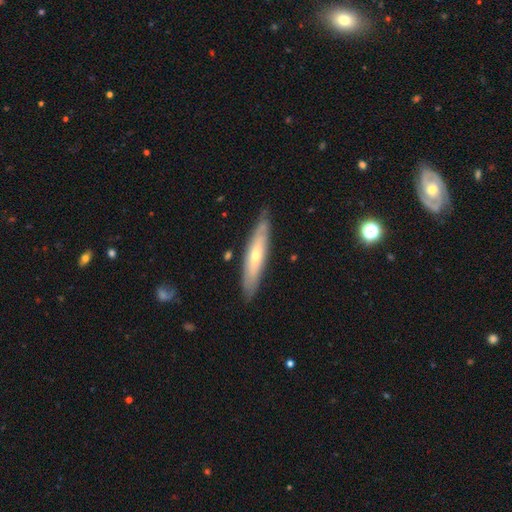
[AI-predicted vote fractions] A featured or disk galaxy (51%) viewed edge-on (68%).

Vote fractions:
- Smooth or featured? featured or disk: 51% / smooth: 43% / star or artifact: 6%
- Edge-on disk? yes: 68% / no: 32%
- Merging? none: 82% / minor disturbance: 14% / major disturbance: 3% / merger: 2%